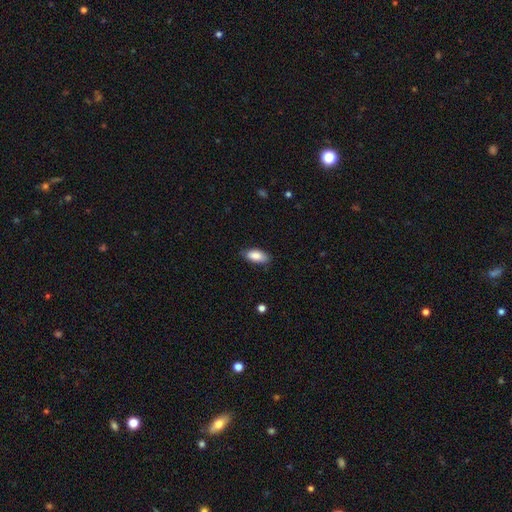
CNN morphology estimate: This is clearly a smooth galaxy (87%). How rounded: clearly in between (90%). Merging: clearly none (81%).